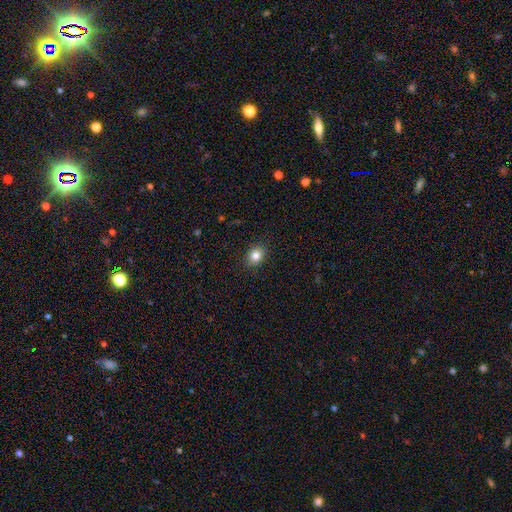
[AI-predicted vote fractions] smooth 83%, star or artifact 10%, featured or disk 7%. Down the decision tree: how rounded — round (54%); merging — none (89%).